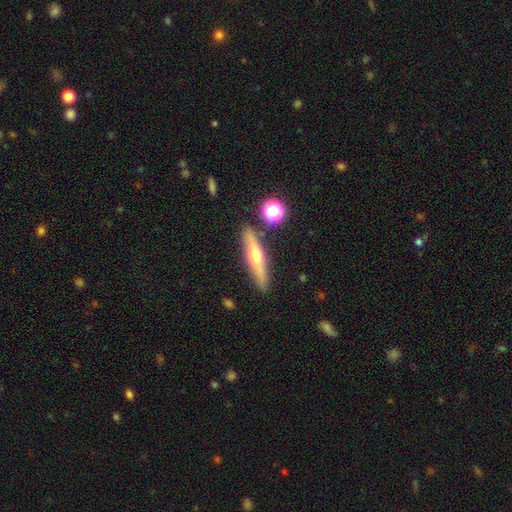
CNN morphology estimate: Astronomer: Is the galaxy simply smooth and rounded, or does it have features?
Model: featured or disk — 54% (runner-up: smooth, 38%).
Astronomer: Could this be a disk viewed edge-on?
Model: yes — 92%.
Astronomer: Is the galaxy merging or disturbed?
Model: none — 84%.